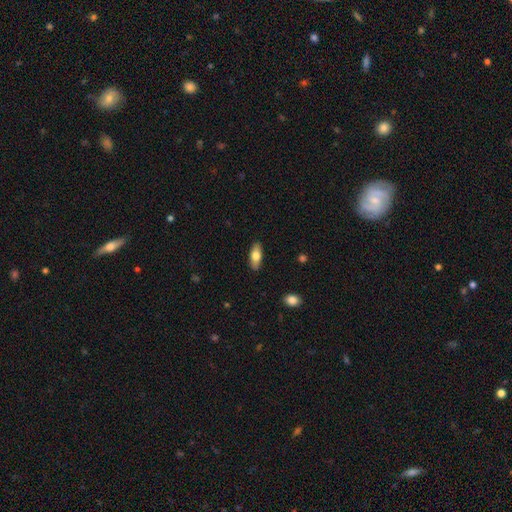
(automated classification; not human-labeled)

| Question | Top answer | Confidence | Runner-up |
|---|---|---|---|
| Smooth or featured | smooth | 71% | featured or disk (23%) |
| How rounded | in between | 75% | cigar-shaped (22%) |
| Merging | none | 88% | minor disturbance (9%) |